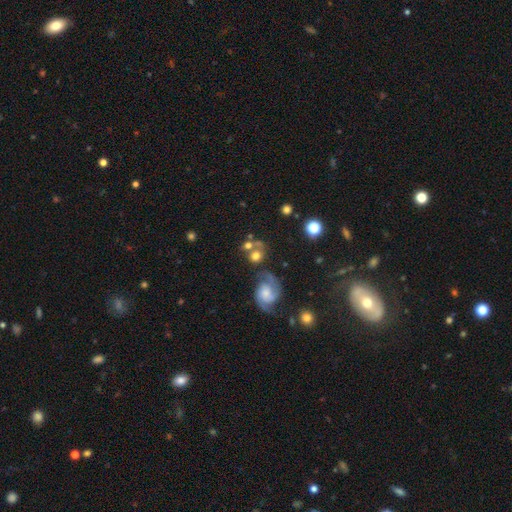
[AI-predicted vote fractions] smooth_or_featured: smooth (p=0.57) [alt: featured or disk p=0.30]
how_rounded: round (p=0.79) [alt: in between p=0.19]
merging: none (p=0.46) [alt: merger p=0.32]